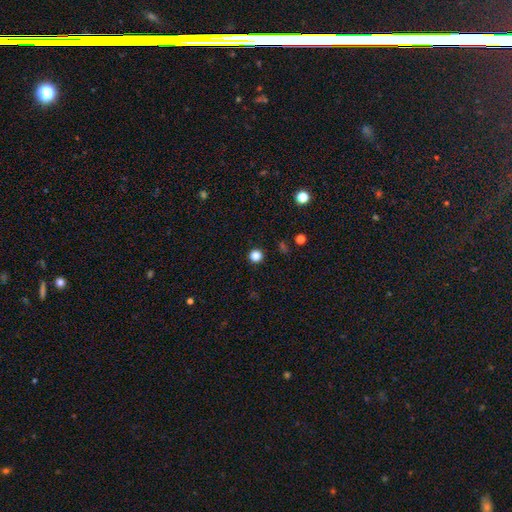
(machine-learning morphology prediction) Q: Smooth or featured?
A: smooth (84%); runner-up: star or artifact (13%)
Q: How rounded?
A: round (95%); runner-up: in between (4%)
Q: Merging?
A: none (92%); runner-up: minor disturbance (5%)